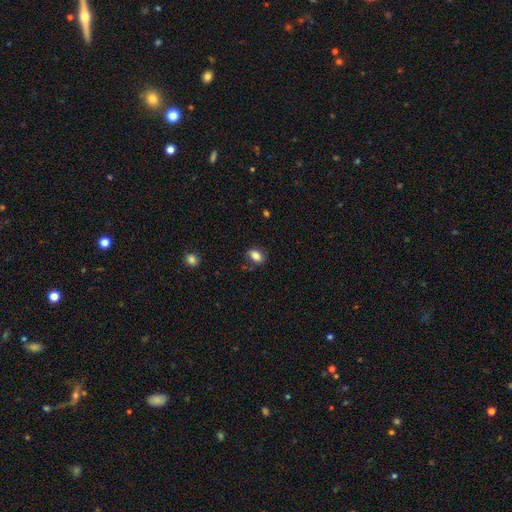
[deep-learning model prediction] smooth 83%, star or artifact 9%, featured or disk 8%. Down the decision tree: how rounded — in between (81%); merging — none (76%).